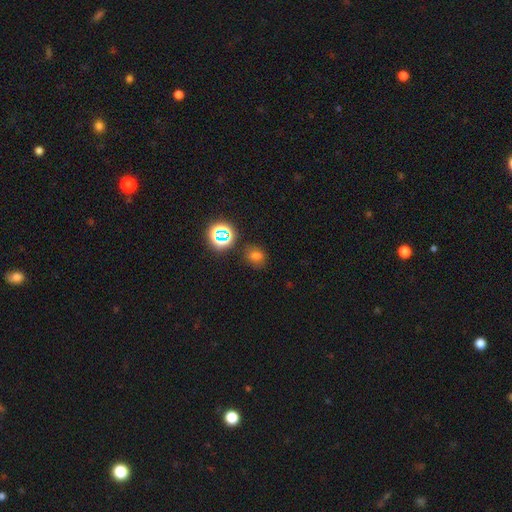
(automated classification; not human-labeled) smooth-or-featured: smooth: 64% | star or artifact: 28% | featured or disk: 7%
  how-rounded: round: 65% | in between: 34% | cigar-shaped: 1%
  merging: none: 76% | minor disturbance: 14% | merger: 5% | major disturbance: 5%